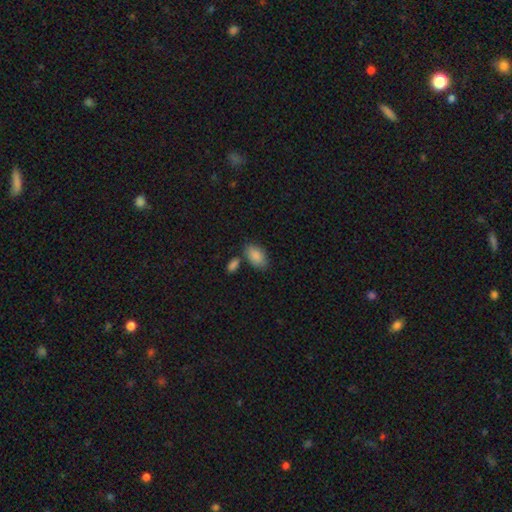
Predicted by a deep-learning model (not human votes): smooth-or-featured: smooth: 87% | star or artifact: 6% | featured or disk: 6%
  how-rounded: in between: 94% | round: 5% | cigar-shaped: 2%
  merging: none: 69% | minor disturbance: 16% | merger: 11% | major disturbance: 4%